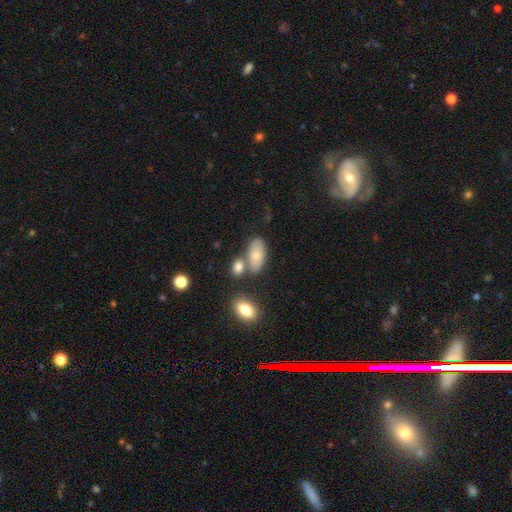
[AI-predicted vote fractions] Q: Smooth or featured?
A: smooth (76%); runner-up: featured or disk (16%)
Q: How rounded?
A: in between (91%); runner-up: cigar-shaped (5%)
Q: Merging?
A: none (56%); runner-up: merger (22%)